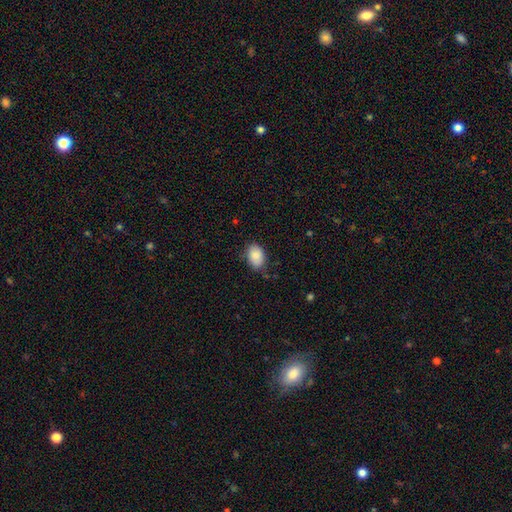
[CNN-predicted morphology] Smooth or featured? smooth (85%)
How rounded? in between (85%)
Merging? none (77%)